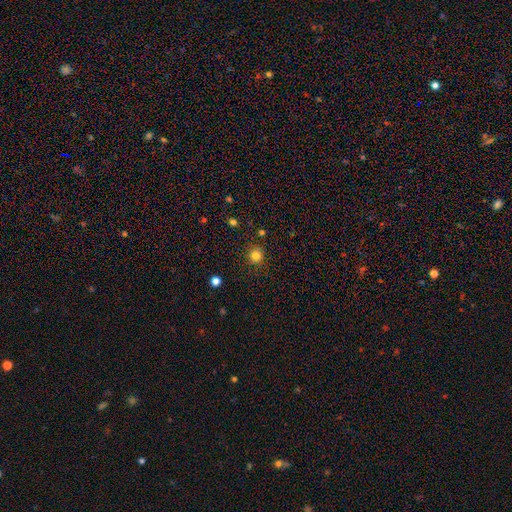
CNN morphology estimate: Smooth or featured?
  - smooth: 81% *
  - star or artifact: 14%
  - featured or disk: 5%
How rounded?
  - round: 91% *
  - in between: 8%
  - cigar-shaped: 1%
Merging?
  - none: 88% *
  - minor disturbance: 8%
  - major disturbance: 2%
  - merger: 2%